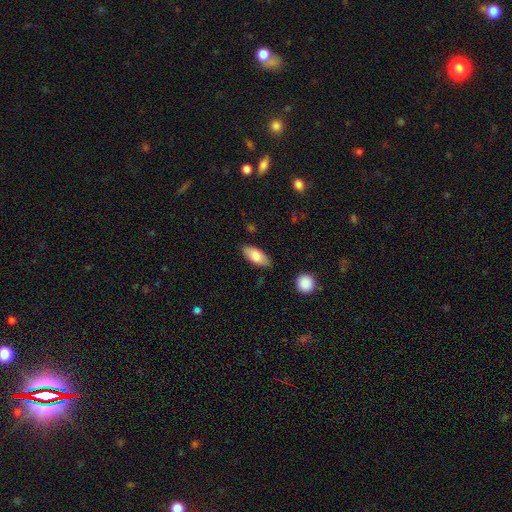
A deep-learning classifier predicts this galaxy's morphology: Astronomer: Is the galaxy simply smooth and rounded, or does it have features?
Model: smooth — 79%.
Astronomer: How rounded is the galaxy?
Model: in between — 86%.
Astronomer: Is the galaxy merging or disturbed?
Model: none — 82%.